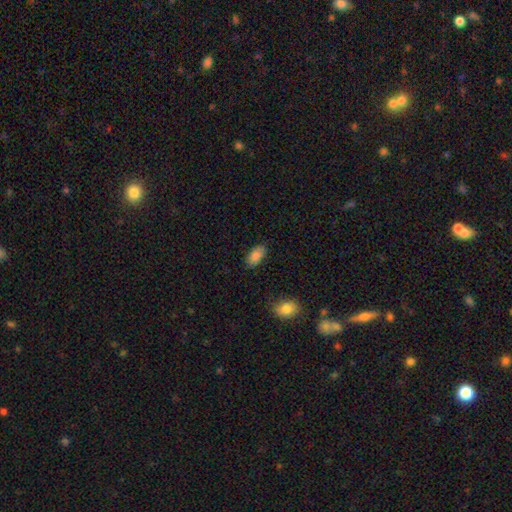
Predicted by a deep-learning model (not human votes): This appears to be a smooth galaxy with no disk features (85%) that is in between round and cigar-shaped (93%). Merging: none (84%).